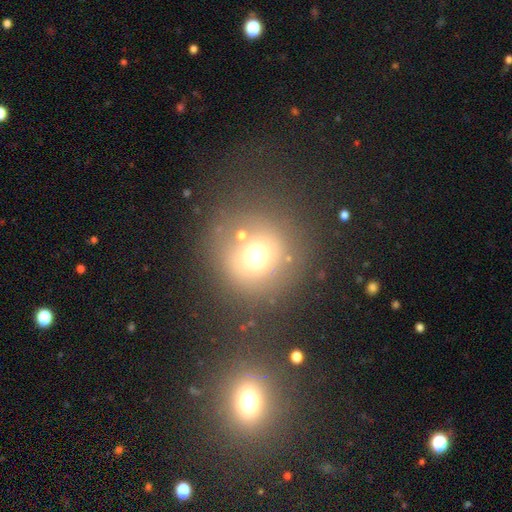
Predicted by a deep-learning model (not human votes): smooth_or_featured: smooth (p=0.65) [alt: star or artifact p=0.20]
how_rounded: round (p=0.91) [alt: in between p=0.08]
merging: none (p=0.72) [alt: minor disturbance p=0.12]